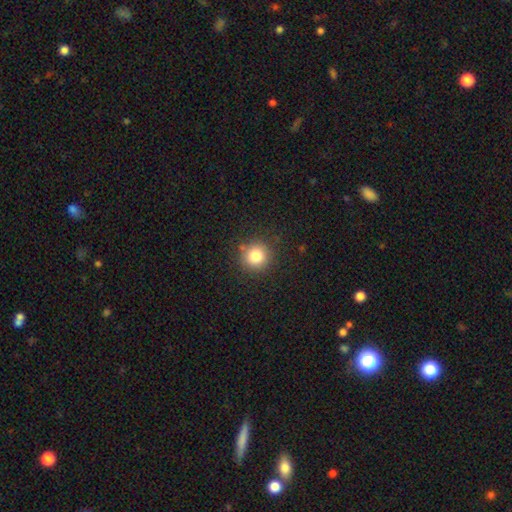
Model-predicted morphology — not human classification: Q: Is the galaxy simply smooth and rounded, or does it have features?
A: smooth — 80%.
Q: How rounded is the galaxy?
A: round — 93%.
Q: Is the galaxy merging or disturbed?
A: none — 87%.